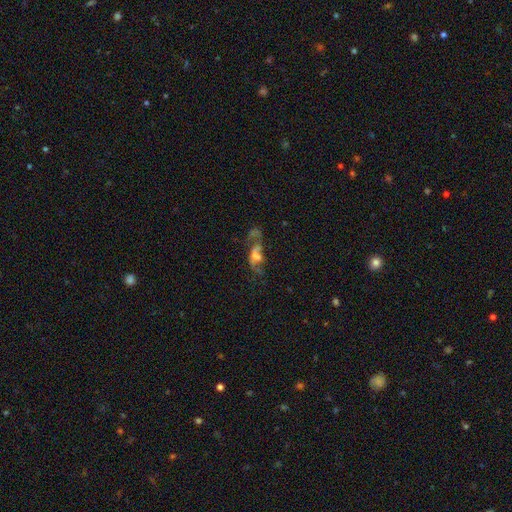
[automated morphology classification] smooth-or-featured: featured or disk: 55% | smooth: 29% | star or artifact: 16%
  disk-edge-on: no: 90% | yes: 10%
  merging: major disturbance: 41% | none: 27% | merger: 17% | minor disturbance: 15%